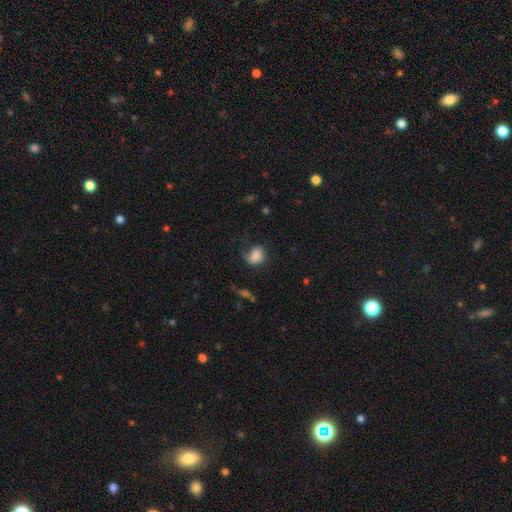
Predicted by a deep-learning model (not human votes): smooth-or-featured: smooth: 75% | featured or disk: 16% | star or artifact: 9%
  how-rounded: in between: 61% | round: 38% | cigar-shaped: 1%
  merging: none: 43% | minor disturbance: 28% | major disturbance: 26% | merger: 2%